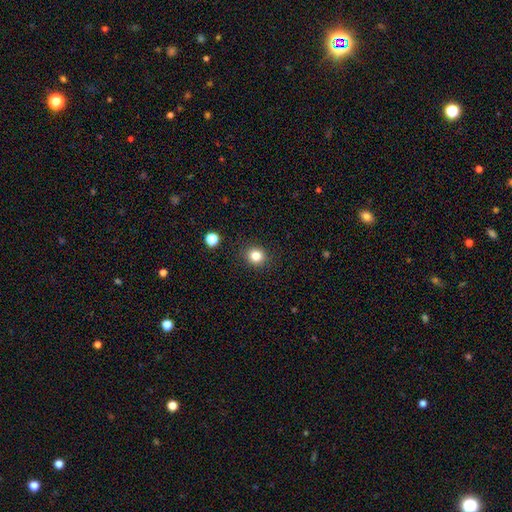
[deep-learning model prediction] Morphology: type=smooth (82%); roundness=round (85%); merging=none (90%).